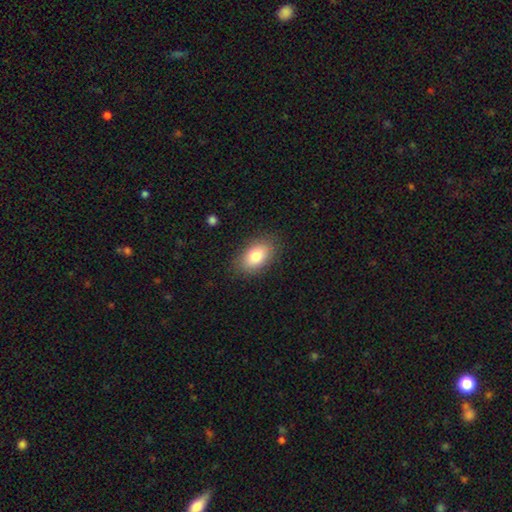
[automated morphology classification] smooth-or-featured: smooth: 81% | featured or disk: 11% | star or artifact: 8%
  how-rounded: in between: 88% | round: 10% | cigar-shaped: 2%
  merging: none: 85% | minor disturbance: 11% | major disturbance: 3% | merger: 1%